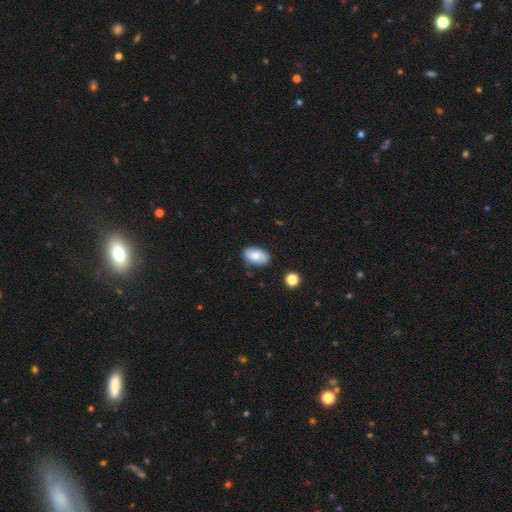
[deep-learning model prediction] Morphology: type=smooth (69%); roundness=in between (91%); merging=none (80%).